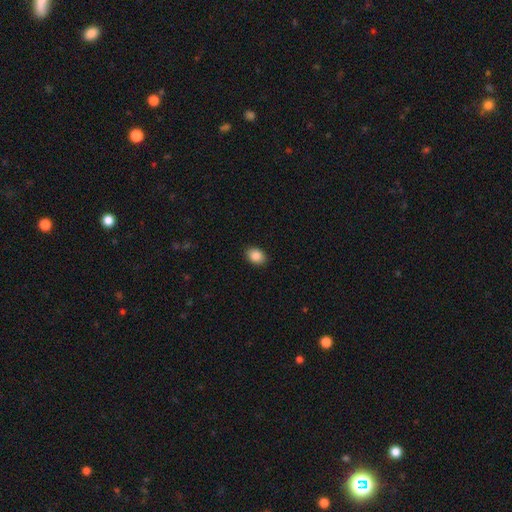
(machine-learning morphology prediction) Smooth or featured: smooth — 88% (star or artifact — 8%)
How rounded: in between — 71% (round — 28%)
Merging: none — 89% (minor disturbance — 8%)